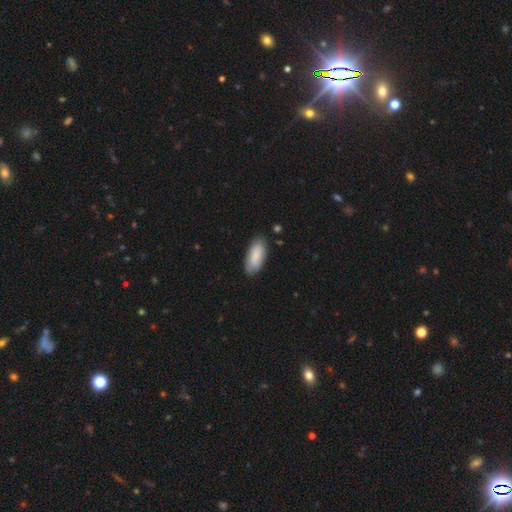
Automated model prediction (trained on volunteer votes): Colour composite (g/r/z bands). It shows a smooth galaxy with no disk features (85%) that is in between round and cigar-shaped (84%). Merging: none (83%).